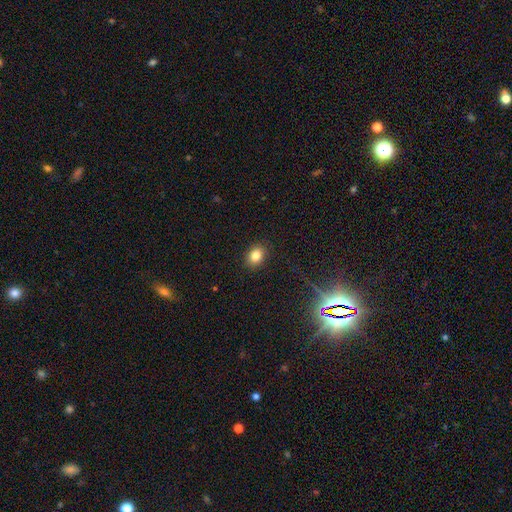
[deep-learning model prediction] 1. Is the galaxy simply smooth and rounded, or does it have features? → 81% smooth, 11% star or artifact, 7% featured or disk.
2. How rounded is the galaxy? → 60% in between, 39% round, 1% cigar-shaped.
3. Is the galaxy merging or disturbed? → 89% none, 8% minor disturbance, 2% major disturbance, 1% merger.